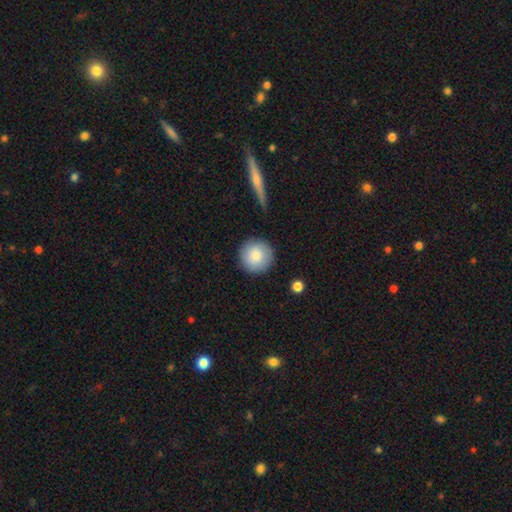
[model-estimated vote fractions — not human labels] This appears to be a smooth galaxy with no disk features (84%) that is round (95%). Merging: none (89%).